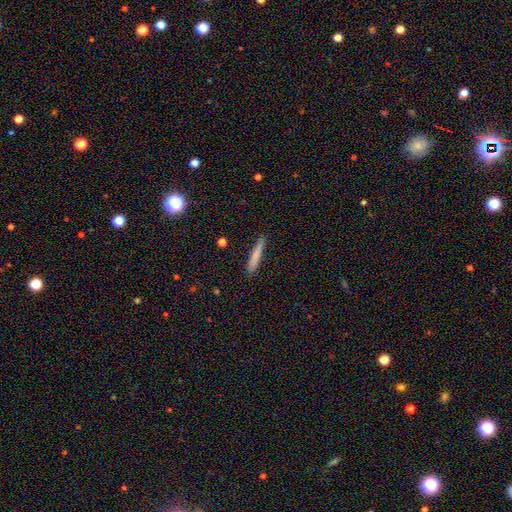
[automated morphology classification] The model was most divided on "smooth or featured": smooth: 77%, featured or disk: 15%, star or artifact: 8%. More confident: how rounded — cigar-shaped (94%); merging — none (85%).